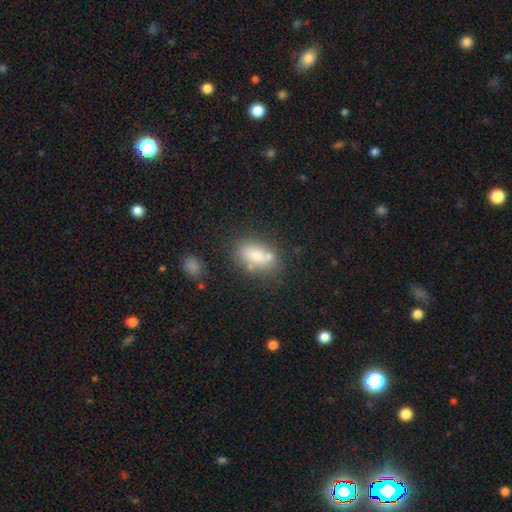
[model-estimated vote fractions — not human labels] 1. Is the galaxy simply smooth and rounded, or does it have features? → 74% smooth, 17% featured or disk, 9% star or artifact.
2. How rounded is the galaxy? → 84% in between, 10% round, 6% cigar-shaped.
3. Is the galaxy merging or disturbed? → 56% none, 19% minor disturbance, 17% merger, 8% major disturbance.